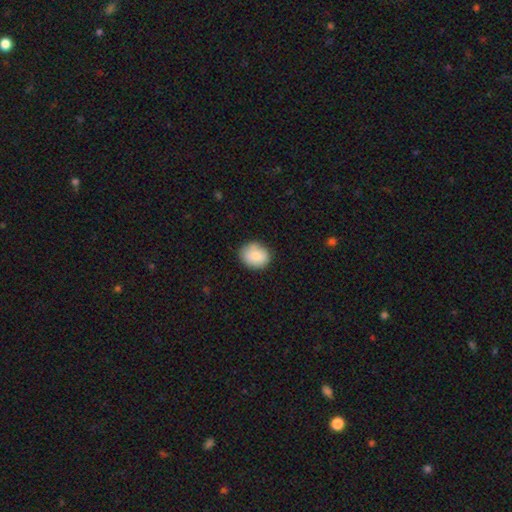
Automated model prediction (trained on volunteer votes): The model was most divided on "how rounded": round: 63%, in between: 37%, cigar-shaped: 1%. More confident: smooth or featured — smooth (84%); merging — none (79%).